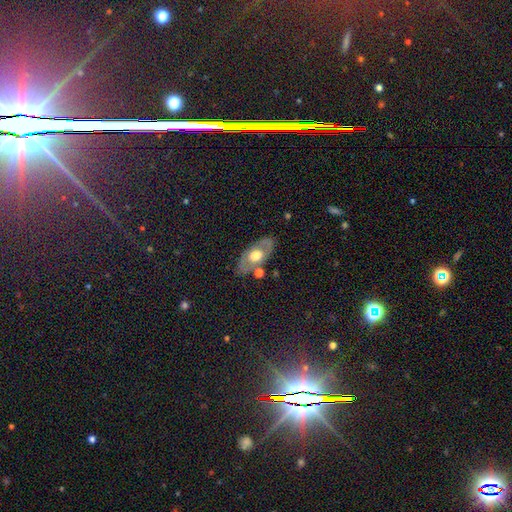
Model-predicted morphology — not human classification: Q: Smooth or featured?
A: featured or disk (53%); runner-up: smooth (40%)
Q: Edge-on disk?
A: no (78%); runner-up: yes (22%)
Q: Merging?
A: none (77%); runner-up: minor disturbance (15%)